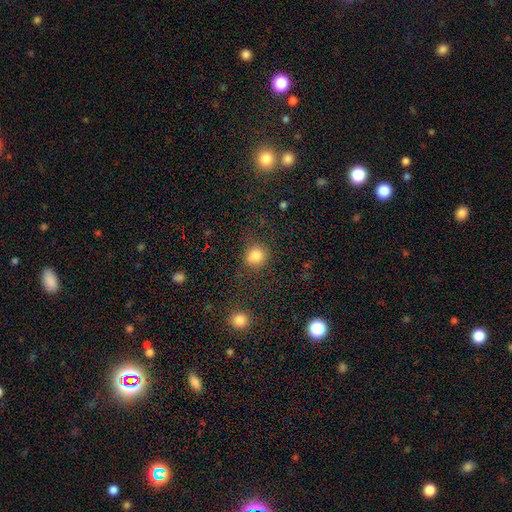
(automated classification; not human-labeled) Morphology: type=smooth (83%); roundness=round (85%); merging=none (78%).